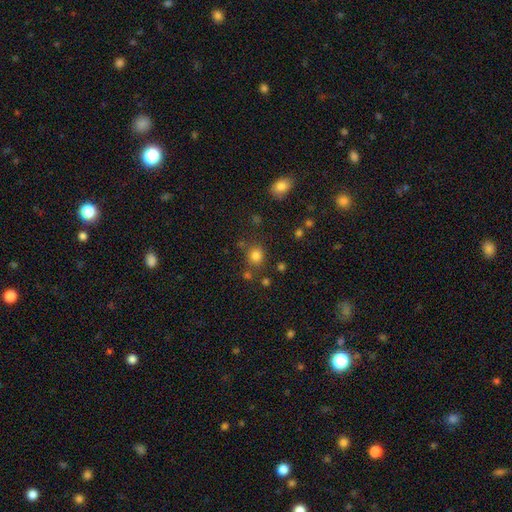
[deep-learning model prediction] A smooth galaxy with no disk features (79%) that is round (83%).

Vote fractions:
- Smooth or featured? smooth: 79% / star or artifact: 15% / featured or disk: 6%
- How rounded? round: 83% / in between: 16% / cigar-shaped: 1%
- Merging? none: 76% / minor disturbance: 11% / merger: 9% / major disturbance: 4%